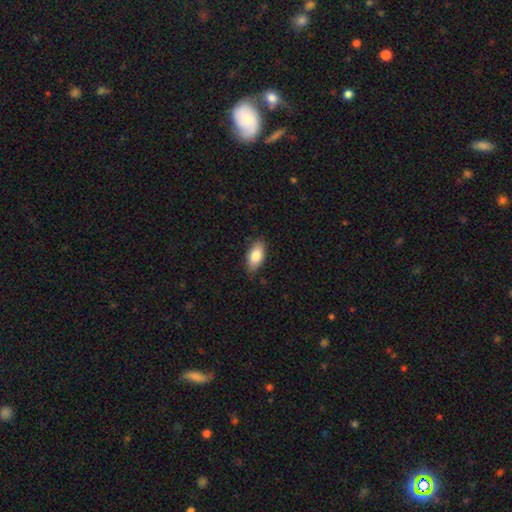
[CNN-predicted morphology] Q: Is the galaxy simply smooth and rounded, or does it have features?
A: smooth — 82%.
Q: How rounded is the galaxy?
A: in between — 90%.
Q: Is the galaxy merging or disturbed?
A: none — 83%.